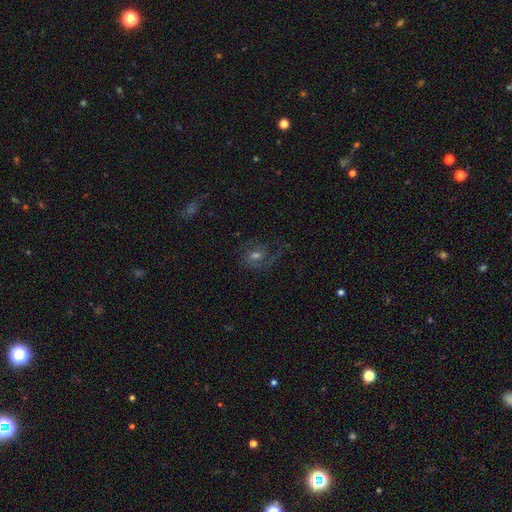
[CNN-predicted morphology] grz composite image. It shows a featured or disk galaxy (70%) with no bar (48%), 2 (52%) medium (48%) spiral arms (91%) and a moderate central bulge (56%). Merging: none (61%).